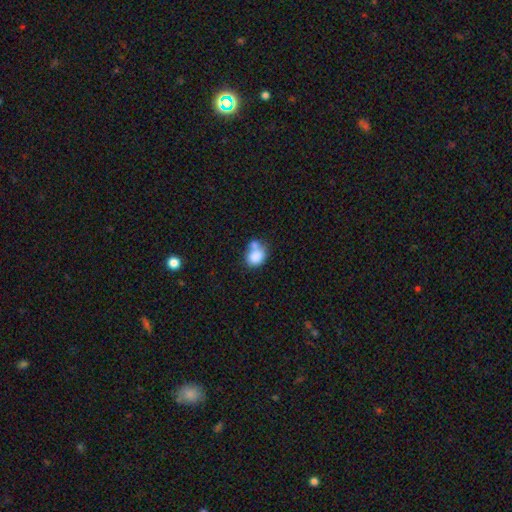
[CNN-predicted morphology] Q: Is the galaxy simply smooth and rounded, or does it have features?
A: smooth — 80%.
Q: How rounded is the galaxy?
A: in between — 54%.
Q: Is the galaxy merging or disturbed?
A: merger — 46%.